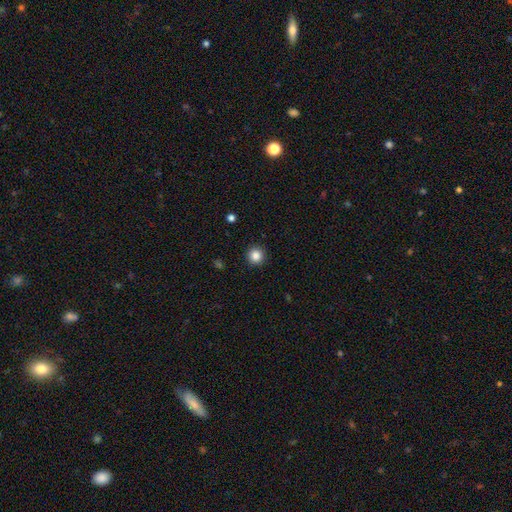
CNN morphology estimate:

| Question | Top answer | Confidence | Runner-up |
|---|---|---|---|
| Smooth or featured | smooth | 86% | star or artifact (11%) |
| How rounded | round | 95% | in between (4%) |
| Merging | none | 93% | minor disturbance (5%) |